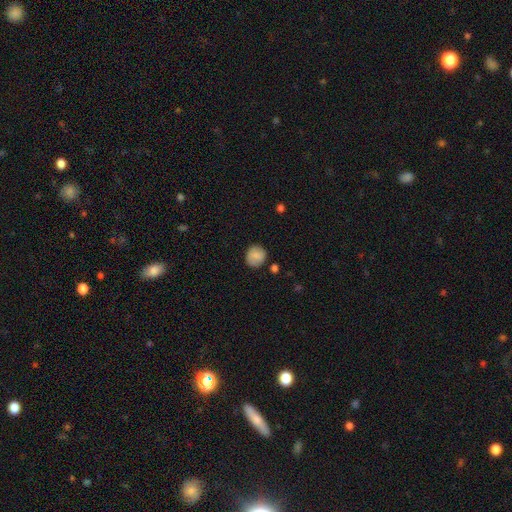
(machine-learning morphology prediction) Overall: smooth (82%). How rounded: round (84%). Merging: none (81%).